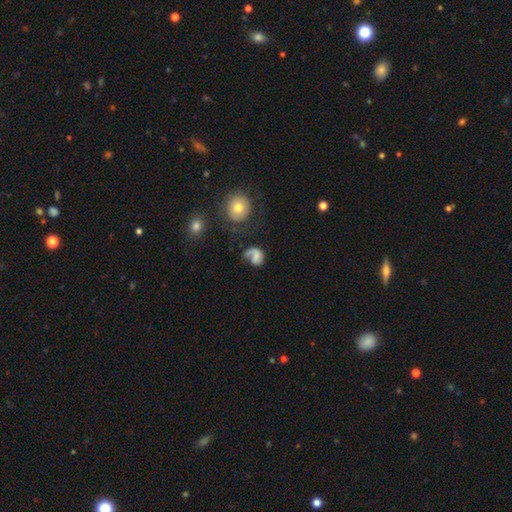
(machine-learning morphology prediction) A smooth galaxy with no disk features (49%). Merging: major disturbance (38%).